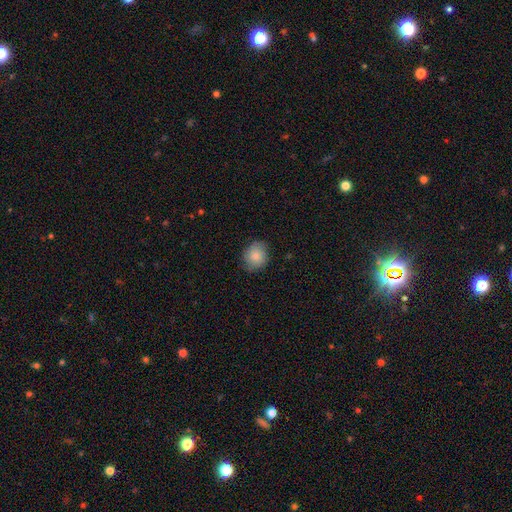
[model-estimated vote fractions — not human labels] A smooth galaxy with no disk features (84%) that is round (71%).

Vote fractions:
- Smooth or featured? smooth: 84% / featured or disk: 9% / star or artifact: 8%
- How rounded? round: 71% / in between: 28% / cigar-shaped: 1%
- Merging? none: 79% / minor disturbance: 17% / major disturbance: 3% / merger: 1%